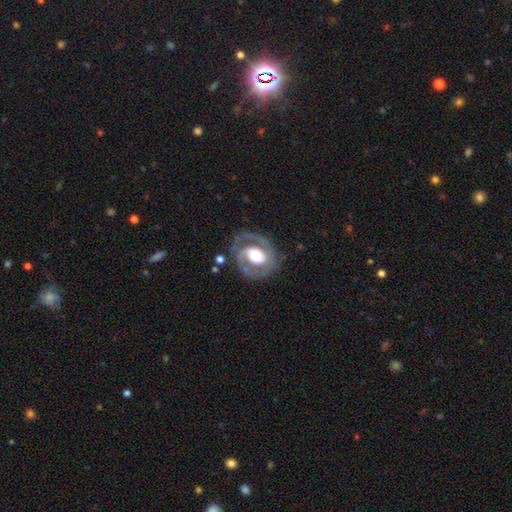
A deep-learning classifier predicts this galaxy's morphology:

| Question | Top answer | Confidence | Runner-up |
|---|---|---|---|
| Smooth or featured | featured or disk | 79% | smooth (16%) |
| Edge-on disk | no | 97% | yes (3%) |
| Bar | no | 45% | weak (33%) |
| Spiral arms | yes | 78% | no (22%) |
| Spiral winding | tight | 45% | medium (42%) |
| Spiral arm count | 2 | 80% | 1 (10%) |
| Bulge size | moderate | 52% | large (37%) |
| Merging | none | 75% | minor disturbance (15%) |